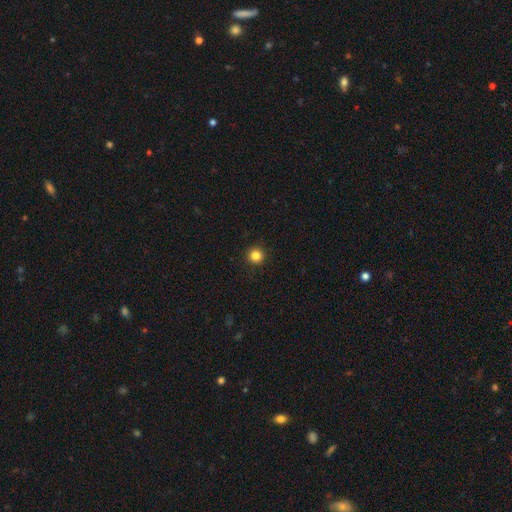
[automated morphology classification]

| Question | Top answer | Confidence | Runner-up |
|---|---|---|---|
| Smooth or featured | smooth | 84% | star or artifact (12%) |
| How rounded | round | 96% | in between (3%) |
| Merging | none | 93% | minor disturbance (5%) |